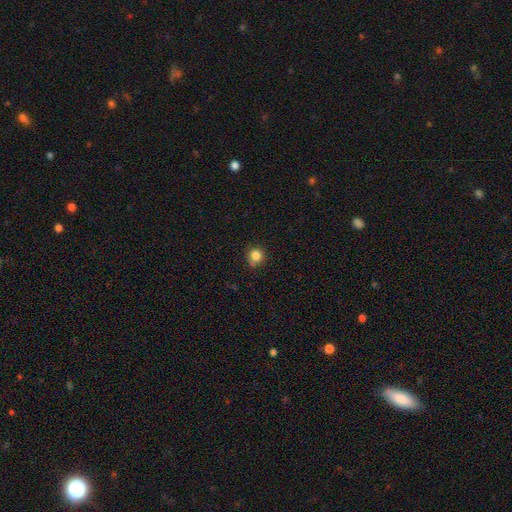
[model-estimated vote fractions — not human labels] The model was most divided on "merging": none: 74%, minor disturbance: 18%, merger: 4%, major disturbance: 3%. More confident: how rounded — round (89%); smooth or featured — smooth (83%).